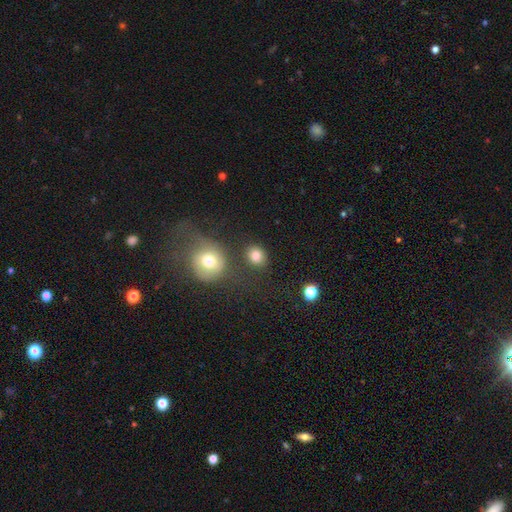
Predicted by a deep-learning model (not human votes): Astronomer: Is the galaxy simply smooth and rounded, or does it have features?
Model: smooth — 82%.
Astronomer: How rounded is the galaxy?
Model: round — 71%.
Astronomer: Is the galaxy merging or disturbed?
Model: none — 76%.